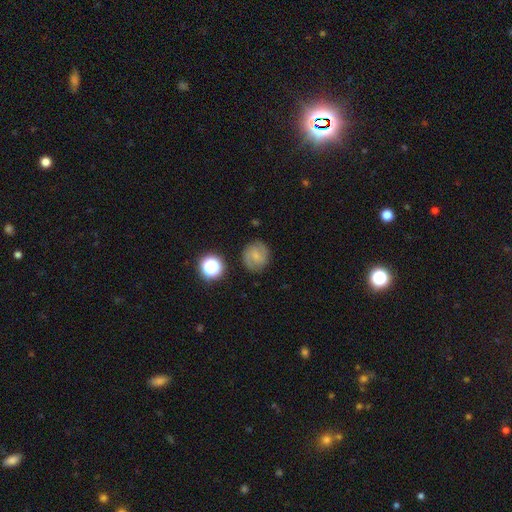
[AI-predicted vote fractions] Q: Smooth or featured?
A: smooth (51%); runner-up: featured or disk (36%)
Q: How rounded?
A: round (88%); runner-up: in between (11%)
Q: Merging?
A: none (81%); runner-up: minor disturbance (13%)